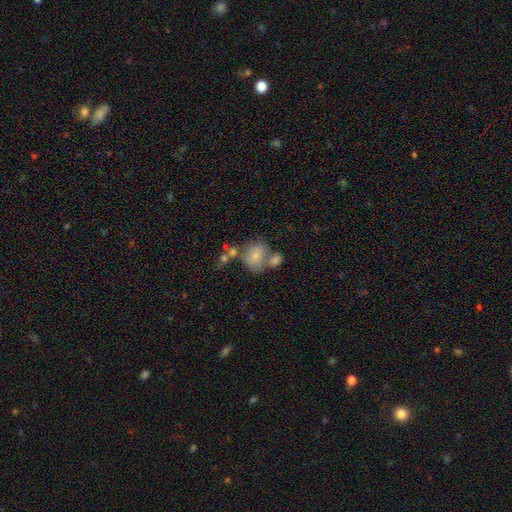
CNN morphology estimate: Smooth or featured: smooth — 72% (featured or disk — 19%)
How rounded: round — 57% (in between — 41%)
Merging: merger — 40% (none — 37%)